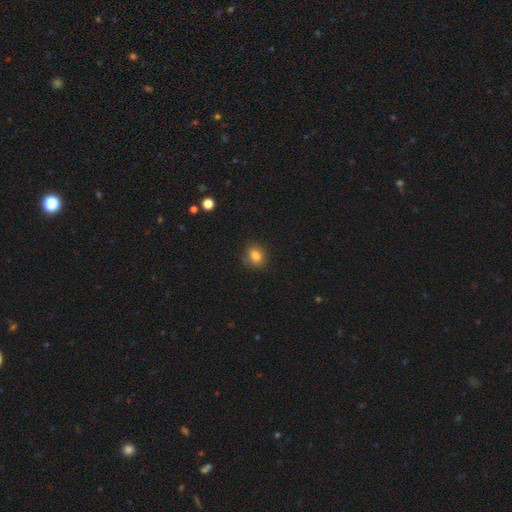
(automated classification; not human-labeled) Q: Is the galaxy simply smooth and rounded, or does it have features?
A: smooth — 83%.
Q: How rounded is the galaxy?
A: round — 55%.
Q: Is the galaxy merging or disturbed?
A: none — 83%.